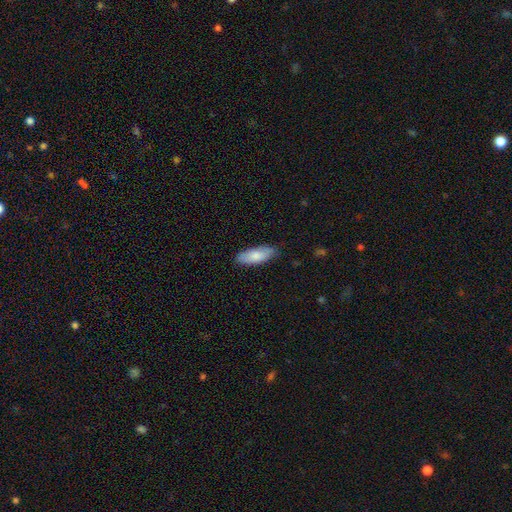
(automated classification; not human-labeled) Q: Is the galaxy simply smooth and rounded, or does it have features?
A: smooth — 82%.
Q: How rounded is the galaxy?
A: in between — 75%.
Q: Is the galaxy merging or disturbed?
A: none — 83%.